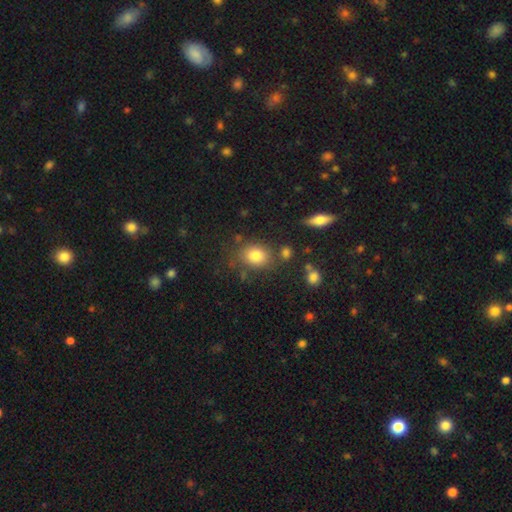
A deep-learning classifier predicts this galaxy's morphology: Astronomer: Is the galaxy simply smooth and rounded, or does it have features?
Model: smooth — 81%.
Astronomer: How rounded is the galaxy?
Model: in between — 52% (runner-up: round, 47%).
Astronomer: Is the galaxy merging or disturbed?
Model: none — 74%.